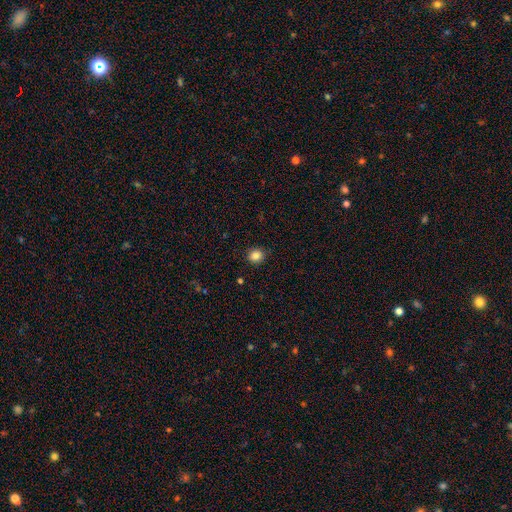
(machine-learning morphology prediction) smooth 85%, star or artifact 11%, featured or disk 5%. Down the decision tree: how rounded — round (86%); merging — none (91%).